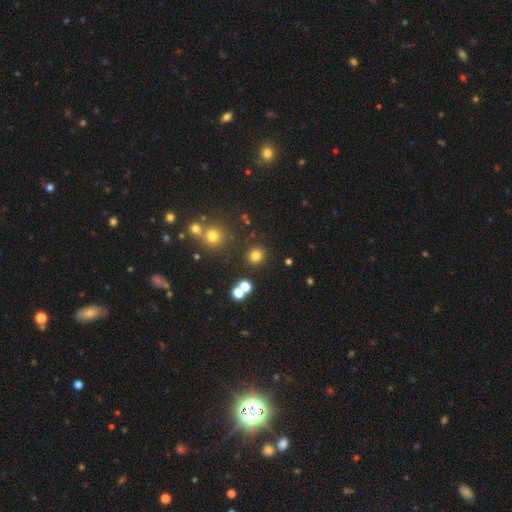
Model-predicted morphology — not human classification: A smooth galaxy with no disk features (76%) that is round (92%).

Vote fractions:
- Smooth or featured? smooth: 76% / star or artifact: 18% / featured or disk: 6%
- How rounded? round: 92% / in between: 7% / cigar-shaped: 1%
- Merging? none: 86% / minor disturbance: 6% / merger: 5% / major disturbance: 3%